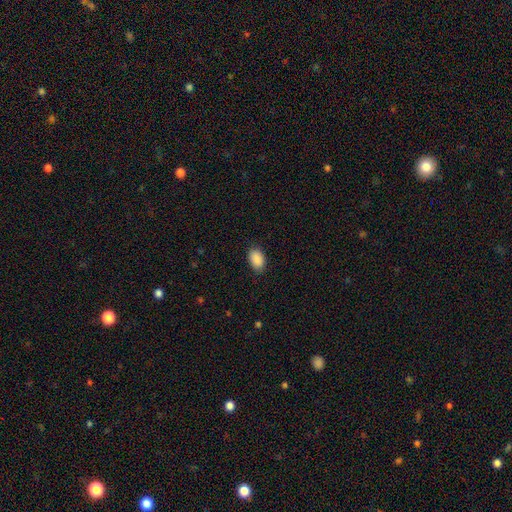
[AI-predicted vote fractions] A smooth galaxy with no disk features (90%) that is in between round and cigar-shaped (89%). Merging: none (86%).